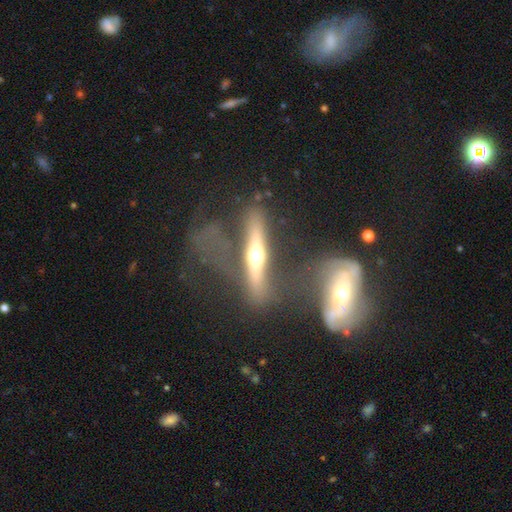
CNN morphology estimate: featured or disk 69%, smooth 24%, star or artifact 7%. Down the decision tree: edge-on disk — yes (87%); edge-on bulge — rounded (94%); merging — none (55%).